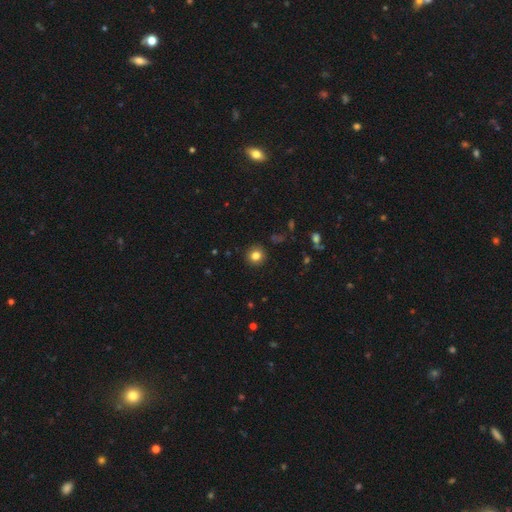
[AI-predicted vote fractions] Smooth or featured?
  - smooth: 82% *
  - star or artifact: 12%
  - featured or disk: 6%
How rounded?
  - round: 91% *
  - in between: 8%
  - cigar-shaped: 1%
Merging?
  - none: 91% *
  - minor disturbance: 6%
  - major disturbance: 2%
  - merger: 1%